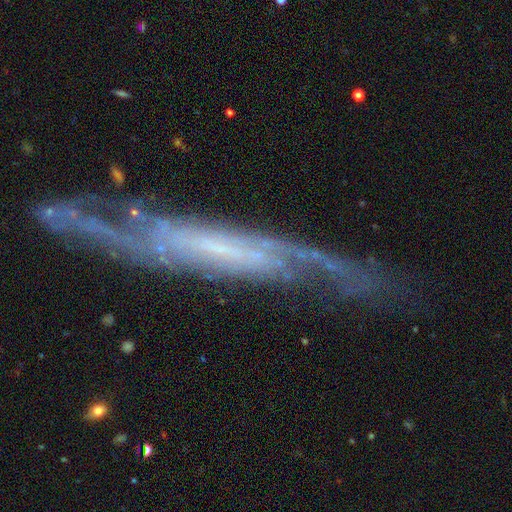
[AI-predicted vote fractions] This is likely a featured or disk galaxy (78%). It is possibly not viewed edge-on (54%). Merging: likely none (61%).